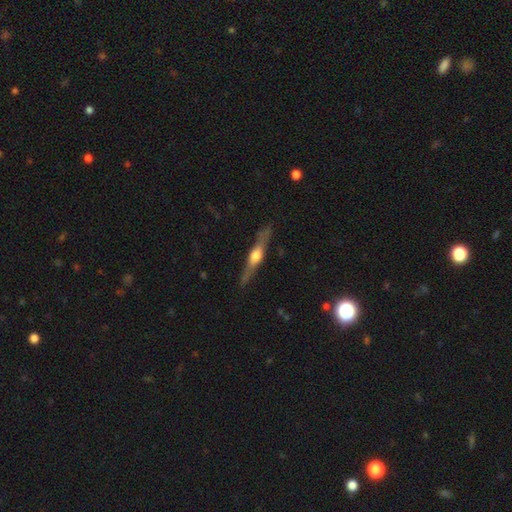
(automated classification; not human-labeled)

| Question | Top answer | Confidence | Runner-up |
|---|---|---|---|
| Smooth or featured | featured or disk | 72% | smooth (23%) |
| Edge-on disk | yes | 97% | no (3%) |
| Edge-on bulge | rounded | 91% | boxy (6%) |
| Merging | none | 86% | minor disturbance (10%) |